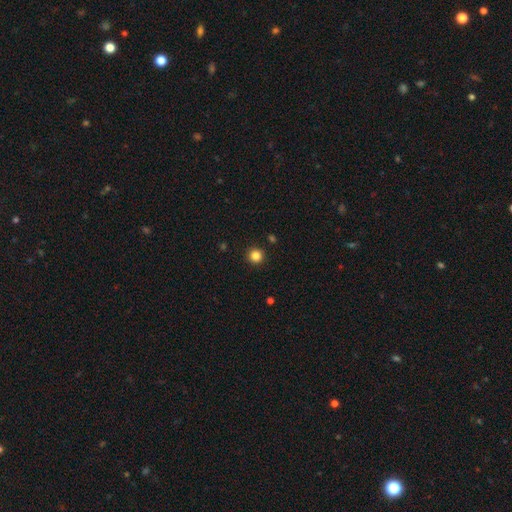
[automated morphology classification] A smooth galaxy with no disk features (84%) that is round (95%).

Vote fractions:
- Smooth or featured? smooth: 84% / star or artifact: 12% / featured or disk: 4%
- How rounded? round: 95% / in between: 4% / cigar-shaped: 1%
- Merging? none: 92% / minor disturbance: 5% / major disturbance: 2% / merger: 1%